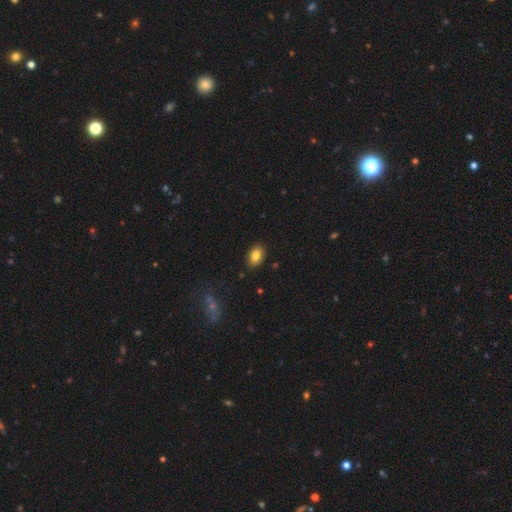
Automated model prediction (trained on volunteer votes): smooth-or-featured: smooth: 83% | featured or disk: 9% | star or artifact: 9%
  how-rounded: in between: 85% | round: 14% | cigar-shaped: 1%
  merging: none: 88% | minor disturbance: 9% | major disturbance: 2% | merger: 1%